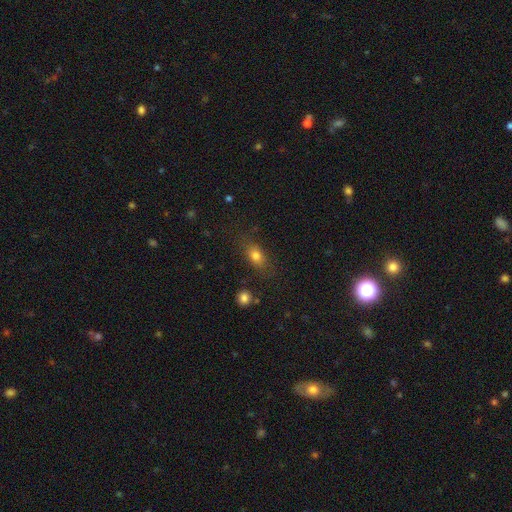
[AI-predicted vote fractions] The model was most divided on "how rounded": in between: 73%, round: 18%, cigar-shaped: 9%. More confident: smooth or featured — smooth (77%); merging — none (76%).